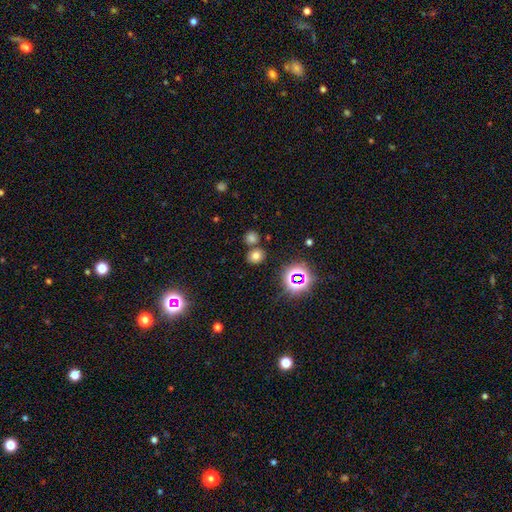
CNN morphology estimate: A smooth galaxy with no disk features (68%) that is round (70%).

Vote fractions:
- Smooth or featured? smooth: 68% / star or artifact: 25% / featured or disk: 8%
- How rounded? round: 70% / in between: 29% / cigar-shaped: 1%
- Merging? none: 73% / merger: 17% / minor disturbance: 8% / major disturbance: 3%